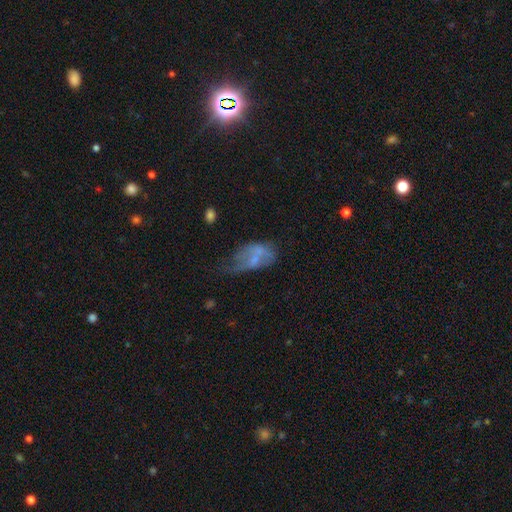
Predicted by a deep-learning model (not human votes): The model was most divided on "smooth or featured": featured or disk: 45%, smooth: 44%, star or artifact: 11%. Remaining: merging — major disturbance (38%).